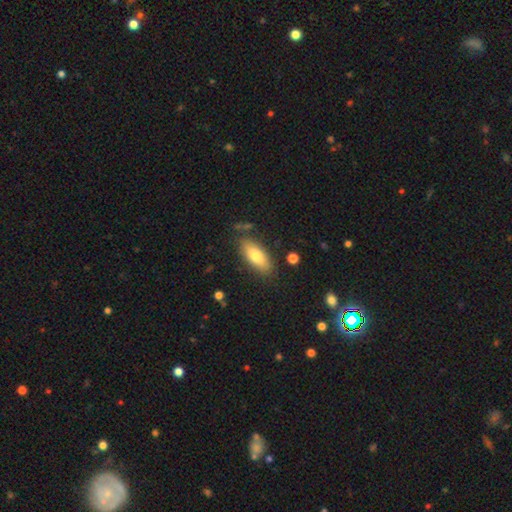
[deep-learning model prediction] Q: Smooth or featured?
A: smooth (74%); runner-up: featured or disk (19%)
Q: How rounded?
A: in between (76%); runner-up: cigar-shaped (21%)
Q: Merging?
A: none (81%); runner-up: minor disturbance (12%)